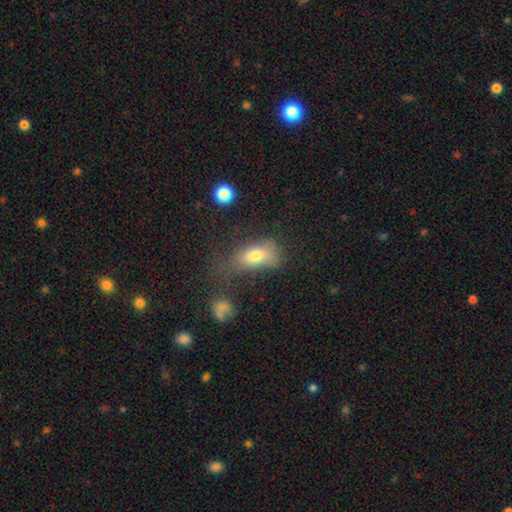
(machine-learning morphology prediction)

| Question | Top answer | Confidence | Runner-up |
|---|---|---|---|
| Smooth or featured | smooth | 74% | featured or disk (15%) |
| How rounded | in between | 84% | round (9%) |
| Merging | none | 33% | major disturbance (31%) |